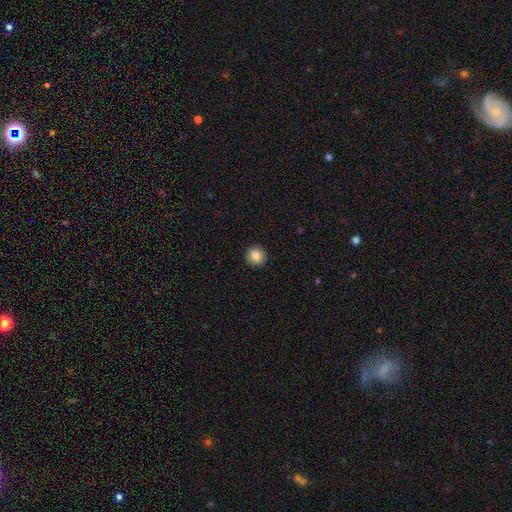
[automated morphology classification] Smooth or featured? smooth (85%)
How rounded? round (89%)
Merging? none (91%)